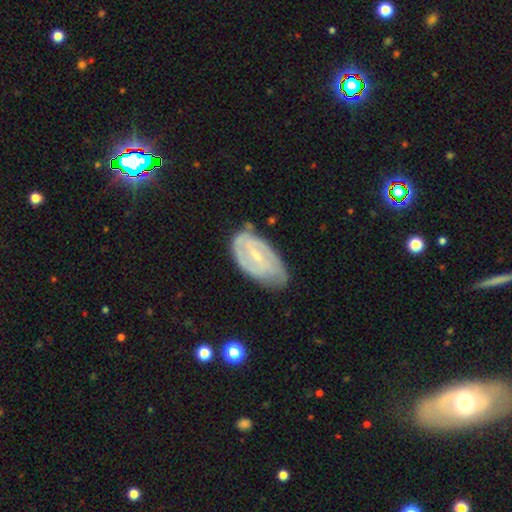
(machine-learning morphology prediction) Smooth or featured? Predicted: featured or disk (p=0.78). Edge-on disk? Predicted: no (p=0.95). Bar? Predicted: weak (p=0.51). Spiral arms? Predicted: yes (p=0.91). Spiral winding? Predicted: tight (p=0.56). Spiral arm count? Predicted: 2 (p=0.60). Bulge size? Predicted: small (p=0.69). Merging? Predicted: none (p=0.63).